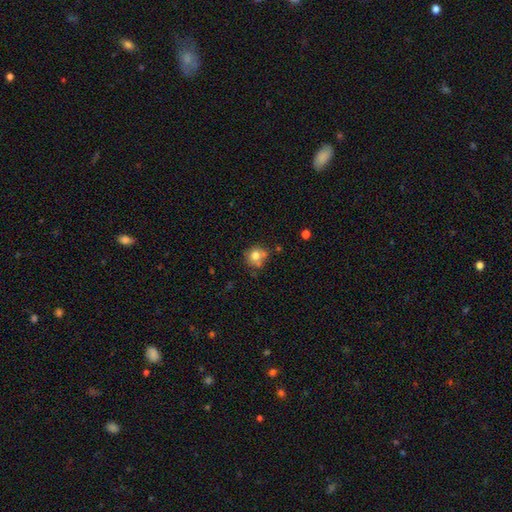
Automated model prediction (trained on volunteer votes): smooth-or-featured: smooth: 74% | featured or disk: 15% | star or artifact: 11%
  how-rounded: round: 82% | in between: 17% | cigar-shaped: 1%
  merging: none: 56% | merger: 20% | minor disturbance: 18% | major disturbance: 6%